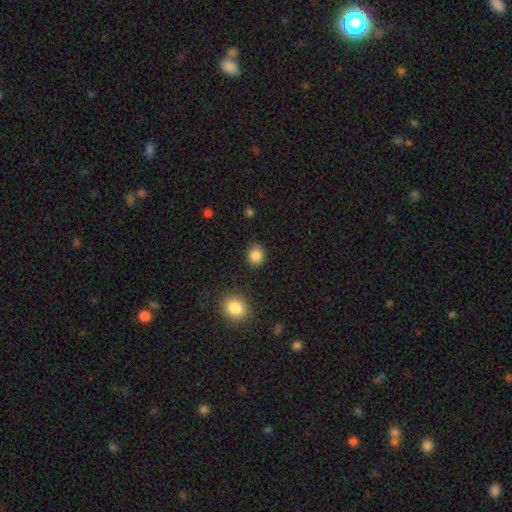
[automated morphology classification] Smooth or featured: smooth — 86% (star or artifact — 11%)
How rounded: round — 82% (in between — 17%)
Merging: none — 85% (minor disturbance — 10%)